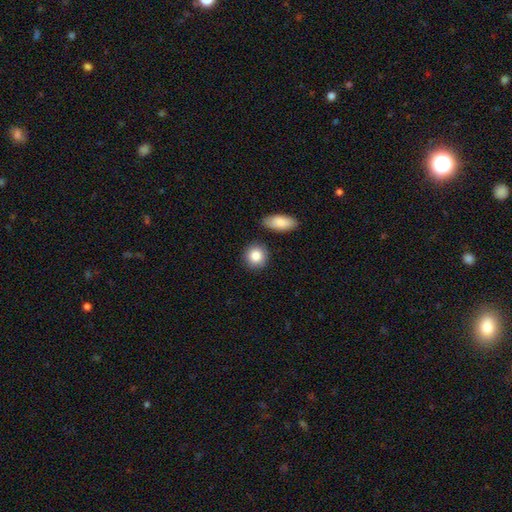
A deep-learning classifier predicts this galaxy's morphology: Q: Smooth or featured?
A: smooth (86%); runner-up: star or artifact (7%)
Q: How rounded?
A: round (82%); runner-up: in between (16%)
Q: Merging?
A: none (83%); runner-up: minor disturbance (9%)